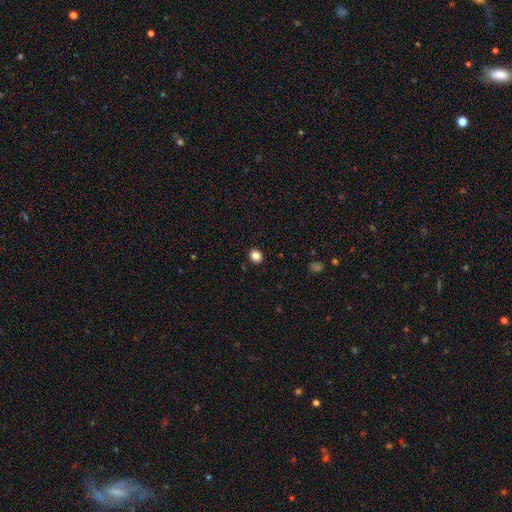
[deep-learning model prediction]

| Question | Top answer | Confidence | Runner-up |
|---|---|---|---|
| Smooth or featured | smooth | 85% | star or artifact (11%) |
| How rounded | round | 64% | in between (36%) |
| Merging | none | 90% | minor disturbance (7%) |